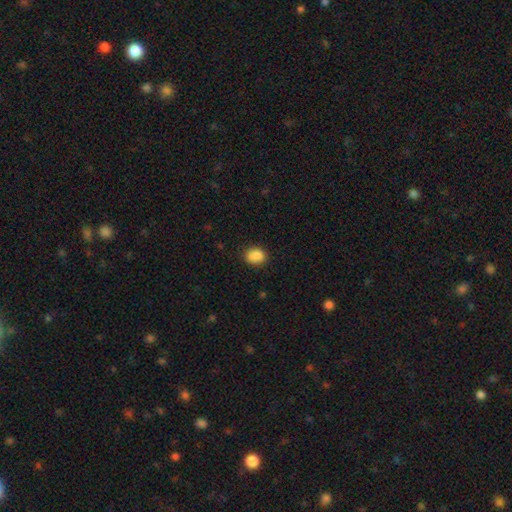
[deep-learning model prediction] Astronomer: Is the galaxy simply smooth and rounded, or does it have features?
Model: smooth — 86%.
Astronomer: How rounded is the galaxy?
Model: in between — 62%.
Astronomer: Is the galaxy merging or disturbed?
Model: none — 77%.